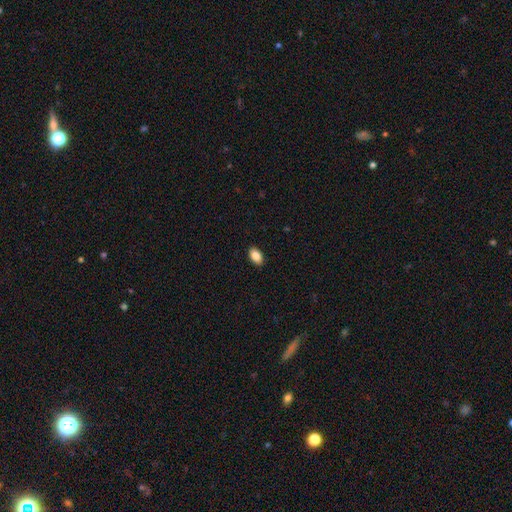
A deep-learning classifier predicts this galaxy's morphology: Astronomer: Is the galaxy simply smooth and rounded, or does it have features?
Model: smooth — 87%.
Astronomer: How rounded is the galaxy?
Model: in between — 92%.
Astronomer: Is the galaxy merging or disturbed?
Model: none — 89%.